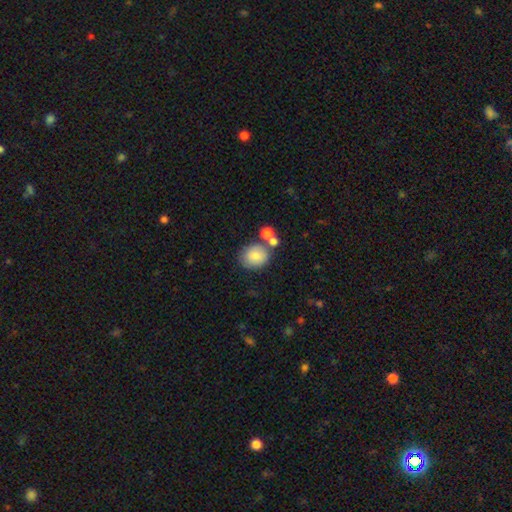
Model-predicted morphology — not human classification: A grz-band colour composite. It shows a smooth galaxy with no disk features (81%) that is round (63%). Merging: none (64%).